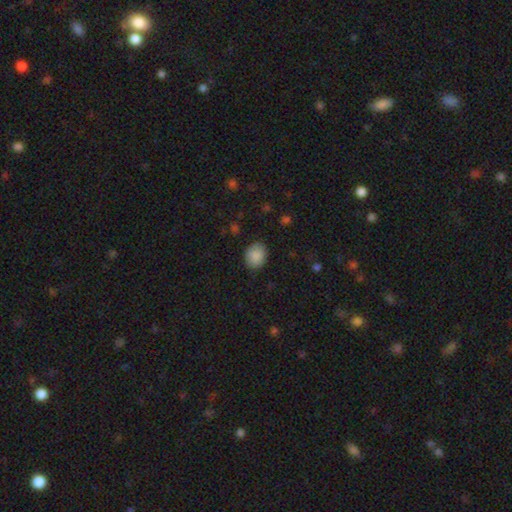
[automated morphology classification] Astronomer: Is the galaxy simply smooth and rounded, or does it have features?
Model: smooth — 88%.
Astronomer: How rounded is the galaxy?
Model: in between — 50% (runner-up: round, 49%).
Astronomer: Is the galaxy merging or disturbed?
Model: none — 84%.